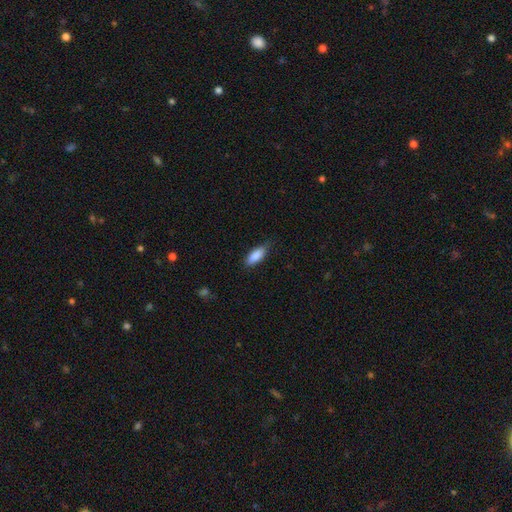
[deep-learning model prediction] Morphology: type=smooth (87%); roundness=in between (75%); merging=none (77%).